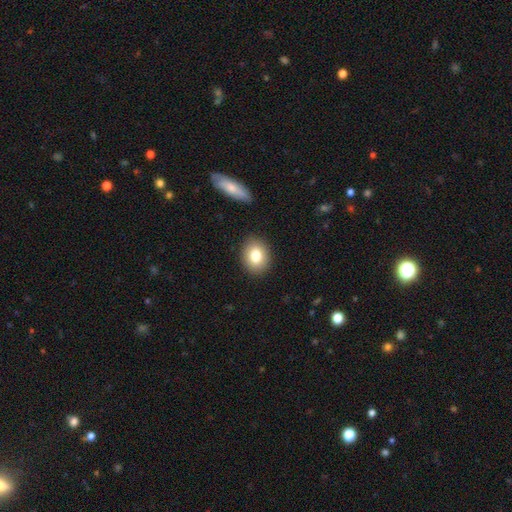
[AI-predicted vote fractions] The model was most divided on "how rounded": in between: 54%, round: 45%, cigar-shaped: 1%. More confident: merging — none (88%); smooth or featured — smooth (81%).